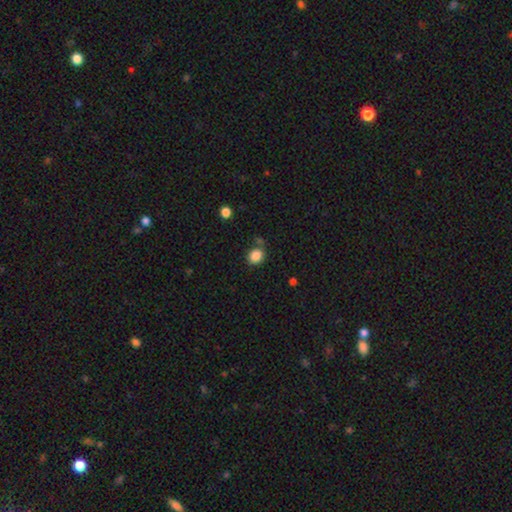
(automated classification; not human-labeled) Morphology: type=smooth (86%); roundness=round (66%); merging=none (75%).